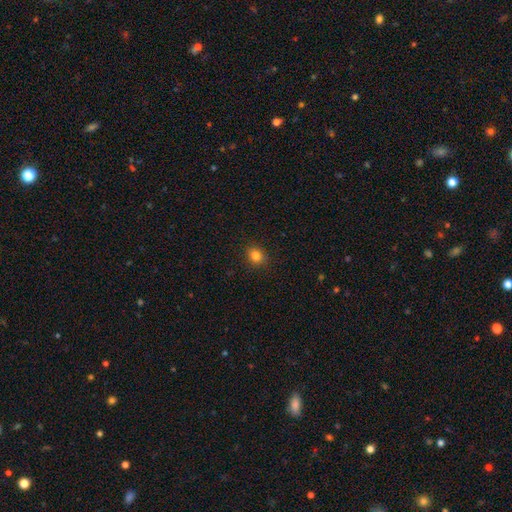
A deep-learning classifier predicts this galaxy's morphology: Smooth or featured: smooth — 83% (star or artifact — 12%)
How rounded: round — 67% (in between — 32%)
Merging: none — 89% (minor disturbance — 7%)